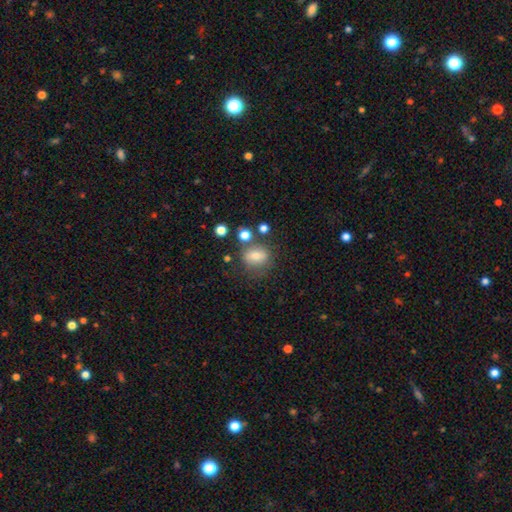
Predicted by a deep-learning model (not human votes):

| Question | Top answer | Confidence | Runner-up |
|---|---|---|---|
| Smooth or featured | smooth | 74% | featured or disk (14%) |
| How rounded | in between | 52% | round (46%) |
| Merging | none | 62% | minor disturbance (18%) |